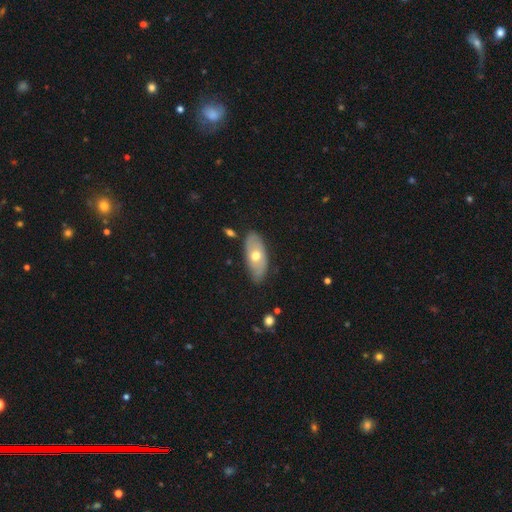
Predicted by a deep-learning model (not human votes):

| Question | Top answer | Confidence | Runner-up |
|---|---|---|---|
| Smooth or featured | smooth | 52% | featured or disk (42%) |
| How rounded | in between | 87% | cigar-shaped (9%) |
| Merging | none | 81% | minor disturbance (14%) |